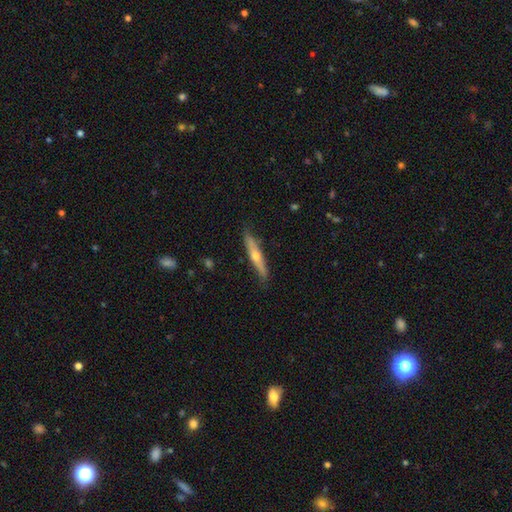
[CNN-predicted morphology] type=featured or disk (56%); edge-on=yes (91%); edge-on bulge=rounded (86%); merging=none (85%).